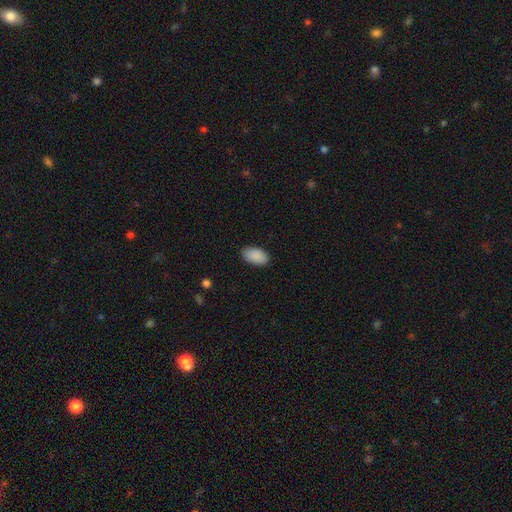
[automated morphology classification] smooth 90%, star or artifact 7%, featured or disk 4%. Down the decision tree: how rounded — in between (95%); merging — none (87%).